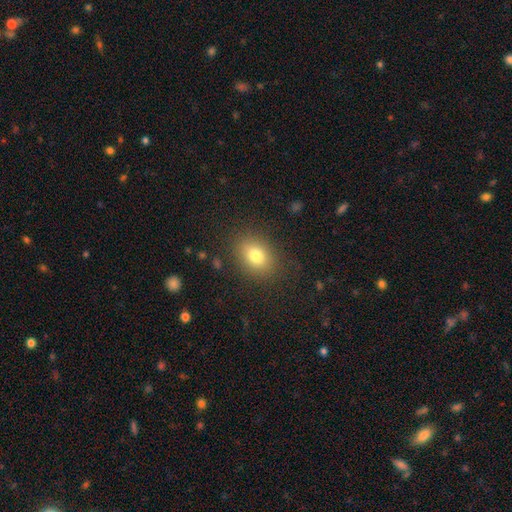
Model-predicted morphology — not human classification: Smooth or featured? Predicted: smooth (p=0.78). How rounded? Predicted: in between (p=0.60). Merging? Predicted: none (p=0.84).